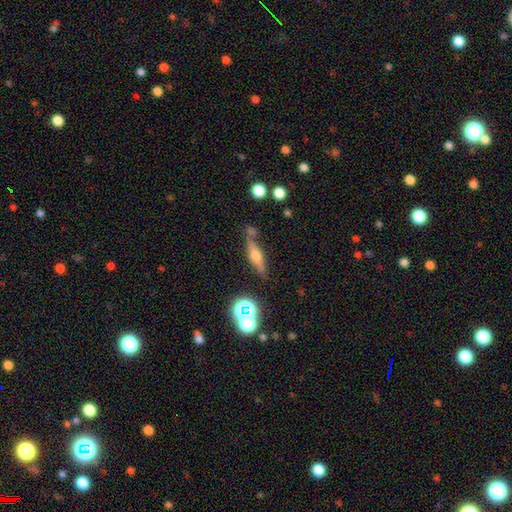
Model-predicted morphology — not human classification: Smooth or featured?
  - featured or disk: 48% *
  - smooth: 40%
  - star or artifact: 12%
Merging?
  - none: 71% *
  - minor disturbance: 15%
  - merger: 10%
  - major disturbance: 4%